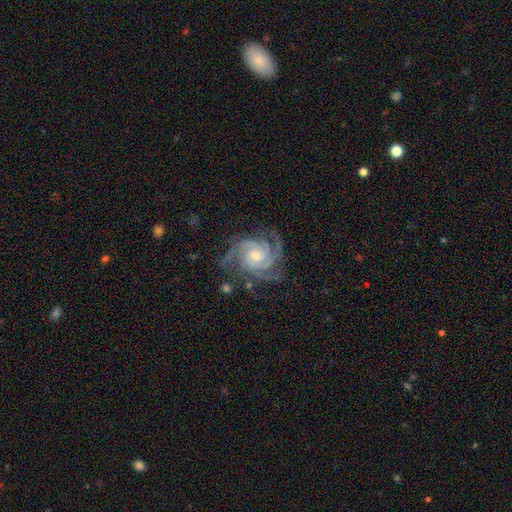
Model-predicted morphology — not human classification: Smooth or featured?
  - featured or disk: 92% *
  - star or artifact: 4%
  - smooth: 3%
Edge-on disk?
  - no: 98% *
  - yes: 2%
Bar?
  - no: 65% *
  - weak: 27%
  - strong: 7%
Spiral arms?
  - yes: 99% *
  - no: 1%
Spiral winding?
  - tight: 67% *
  - medium: 30%
  - loose: 3%
Spiral arm count?
  - 3: 45% *
  - 4: 23%
  - 2: 12%
  - can't tell: 9%
  - more than 4: 6%
  - 1: 5%
Bulge size?
  - moderate: 53% *
  - small: 42%
  - large: 3%
  - none: 2%
  - dominant: 1%
Merging?
  - none: 75% *
  - minor disturbance: 17%
  - major disturbance: 6%
  - merger: 1%